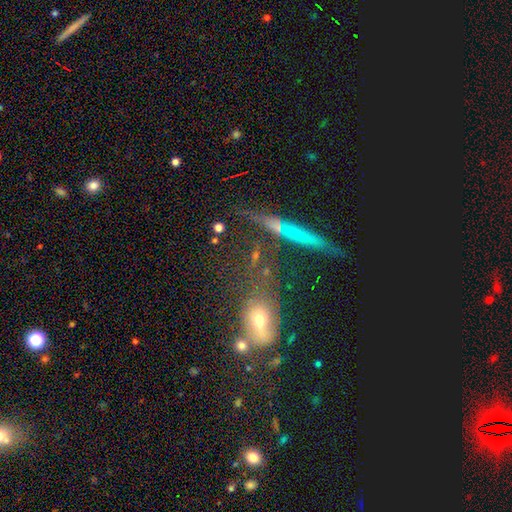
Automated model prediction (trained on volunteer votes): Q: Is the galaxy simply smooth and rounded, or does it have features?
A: smooth — 43%.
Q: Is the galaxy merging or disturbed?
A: none — 59%.